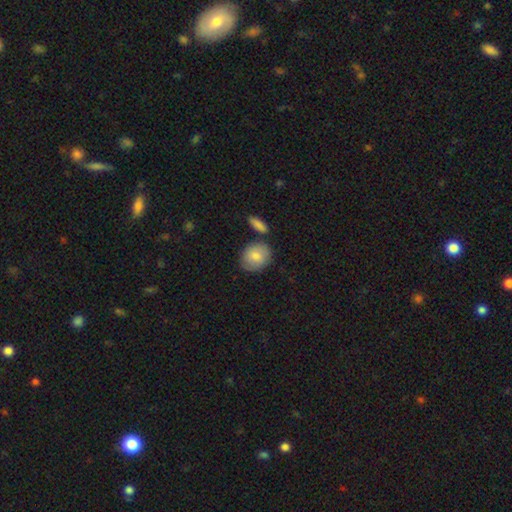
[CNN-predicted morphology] Q: Smooth or featured?
A: smooth (80%); runner-up: featured or disk (14%)
Q: How rounded?
A: round (50%); runner-up: in between (49%)
Q: Merging?
A: none (72%); runner-up: minor disturbance (15%)